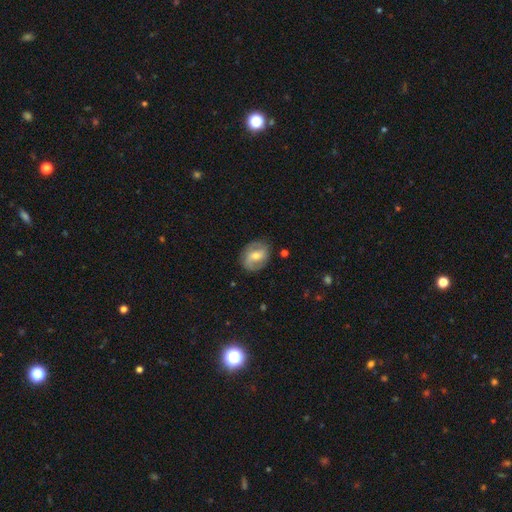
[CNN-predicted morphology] Q: Smooth or featured?
A: featured or disk (60%); runner-up: smooth (33%)
Q: Edge-on disk?
A: no (96%); runner-up: yes (4%)
Q: Bar?
A: weak (44%); runner-up: no (31%)
Q: Spiral arms?
A: yes (76%); runner-up: no (24%)
Q: Bulge size?
A: moderate (60%); runner-up: small (34%)
Q: Merging?
A: none (78%); runner-up: minor disturbance (15%)